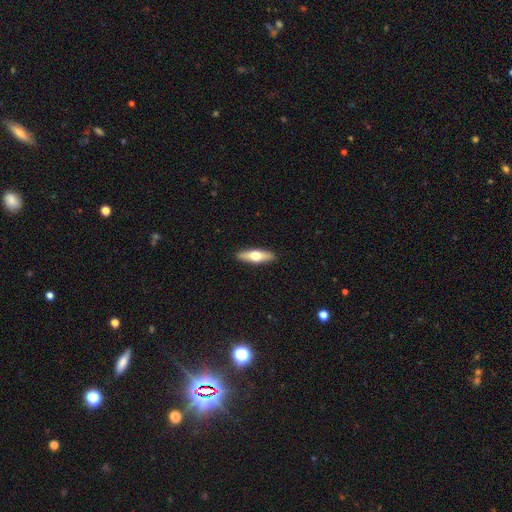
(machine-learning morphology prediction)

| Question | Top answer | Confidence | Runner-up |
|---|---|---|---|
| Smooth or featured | smooth | 52% | featured or disk (43%) |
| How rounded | cigar-shaped | 60% | in between (38%) |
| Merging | none | 91% | minor disturbance (6%) |